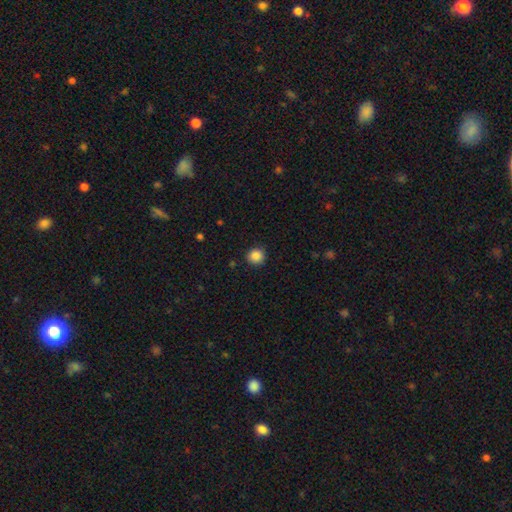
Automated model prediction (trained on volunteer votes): Q: Smooth or featured?
A: smooth (87%); runner-up: star or artifact (10%)
Q: How rounded?
A: round (92%); runner-up: in between (7%)
Q: Merging?
A: none (91%); runner-up: minor disturbance (6%)